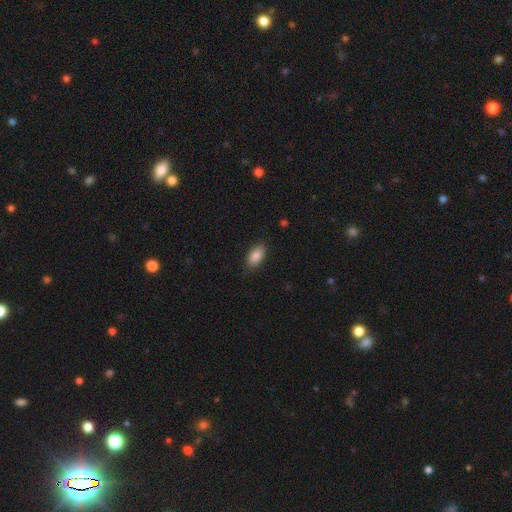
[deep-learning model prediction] Smooth or featured? Predicted: smooth (p=0.88). How rounded? Predicted: in between (p=0.92). Merging? Predicted: none (p=0.85).